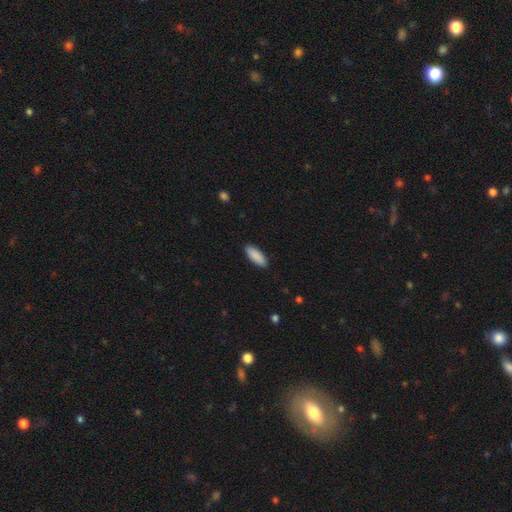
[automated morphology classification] Q: Smooth or featured?
A: smooth (90%); runner-up: star or artifact (6%)
Q: How rounded?
A: in between (74%); runner-up: cigar-shaped (24%)
Q: Merging?
A: none (89%); runner-up: minor disturbance (8%)